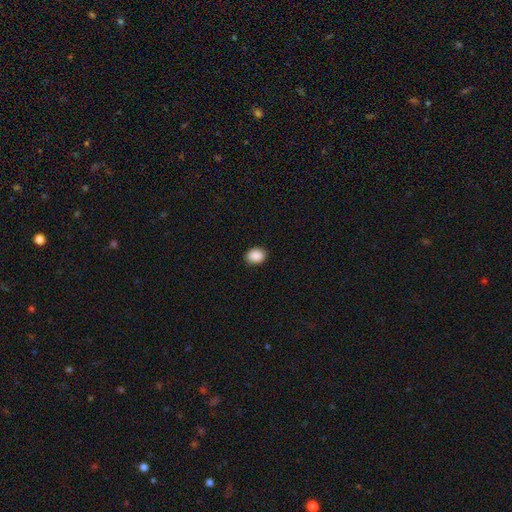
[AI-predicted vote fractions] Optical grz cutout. It shows a smooth galaxy with no disk features (90%) that is in between round and cigar-shaped (51%). Merging: none (88%).